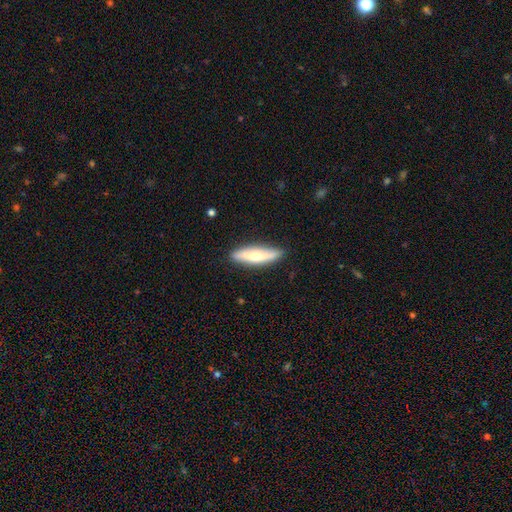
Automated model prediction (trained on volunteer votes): A smooth galaxy with no disk features (60%) that is cigar-shaped (74%).

Vote fractions:
- Smooth or featured? smooth: 60% / featured or disk: 35% / star or artifact: 5%
- How rounded? cigar-shaped: 74% / in between: 24% / round: 2%
- Merging? none: 86% / minor disturbance: 10% / major disturbance: 2% / merger: 1%